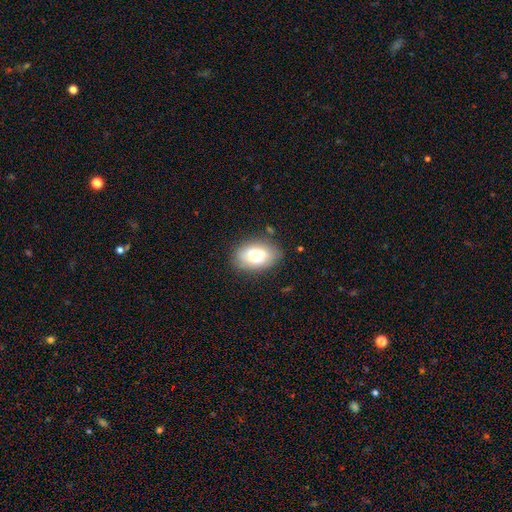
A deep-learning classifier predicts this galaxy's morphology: smooth_or_featured: smooth (p=0.77) [alt: featured or disk p=0.16]
how_rounded: in between (p=0.90) [alt: round p=0.09]
merging: none (p=0.76) [alt: minor disturbance p=0.18]